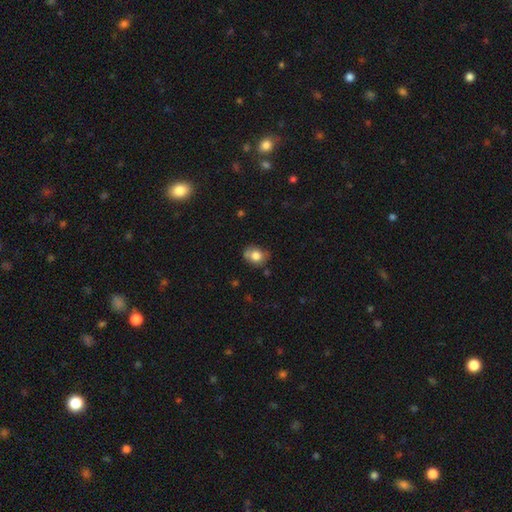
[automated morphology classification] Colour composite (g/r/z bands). It shows a smooth galaxy with no disk features (76%) that is round (58%). Merging: none (60%).